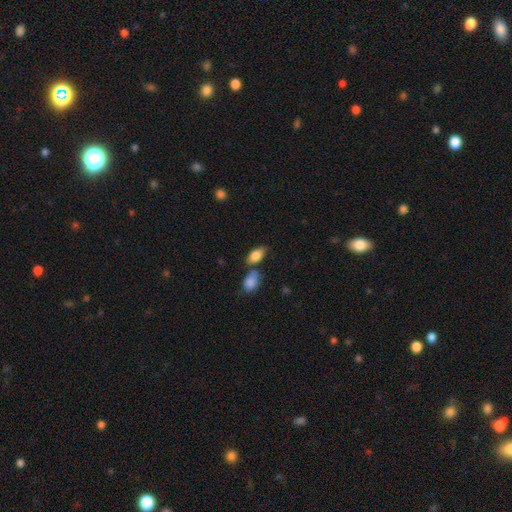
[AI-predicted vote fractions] Morphology: type=smooth (83%); roundness=in between (89%); merging=none (56%).